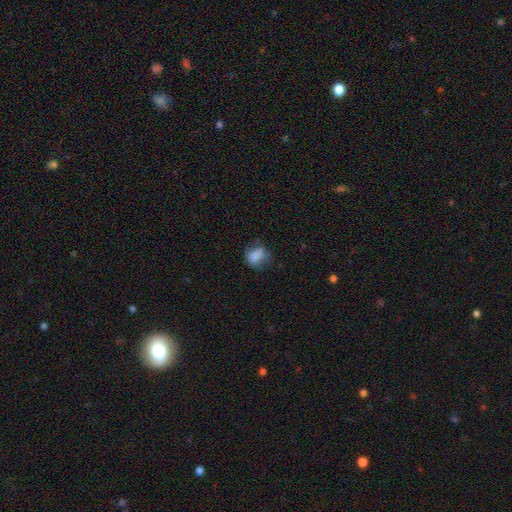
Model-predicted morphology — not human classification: Smooth or featured: smooth — 78% (featured or disk — 12%)
How rounded: in between — 62% (round — 36%)
Merging: none — 50% (minor disturbance — 31%)